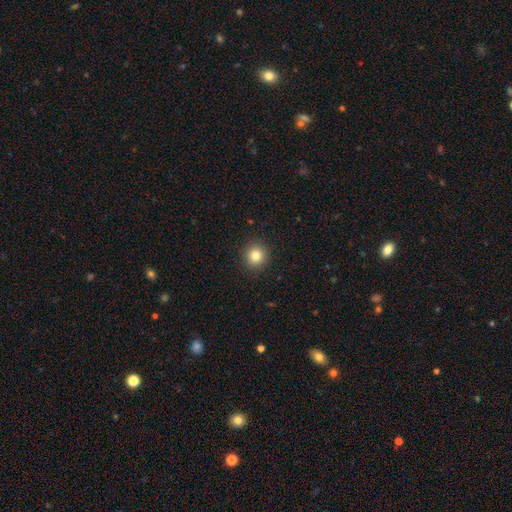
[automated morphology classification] This is clearly a smooth galaxy (81%). How rounded: clearly round (93%). Merging: clearly none (92%).